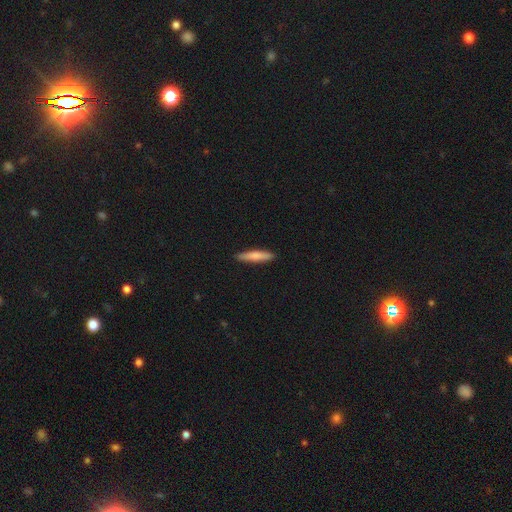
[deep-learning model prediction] The model was most divided on "smooth or featured": smooth: 75%, featured or disk: 20%, star or artifact: 5%. More confident: merging — none (90%); how rounded — cigar-shaped (89%).